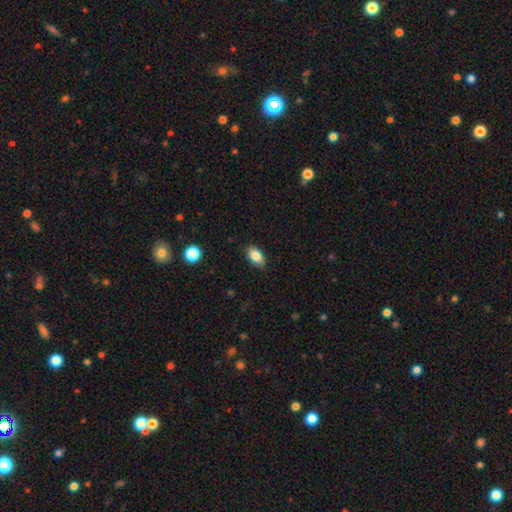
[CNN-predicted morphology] Smooth or featured? smooth (84%)
How rounded? in between (89%)
Merging? none (82%)